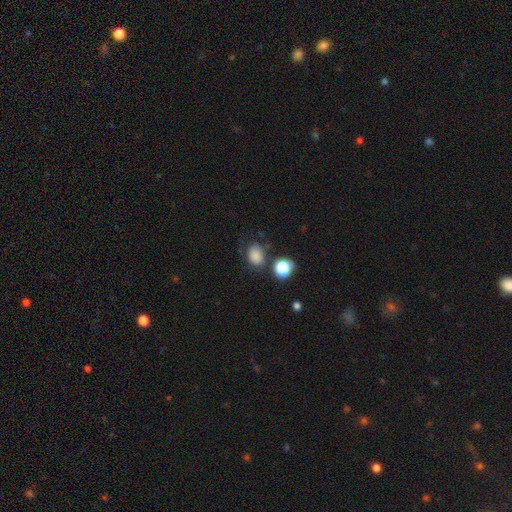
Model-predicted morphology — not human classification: The model was most divided on "how rounded": in between: 57%, round: 42%, cigar-shaped: 1%. More confident: smooth or featured — smooth (80%); merging — none (60%).